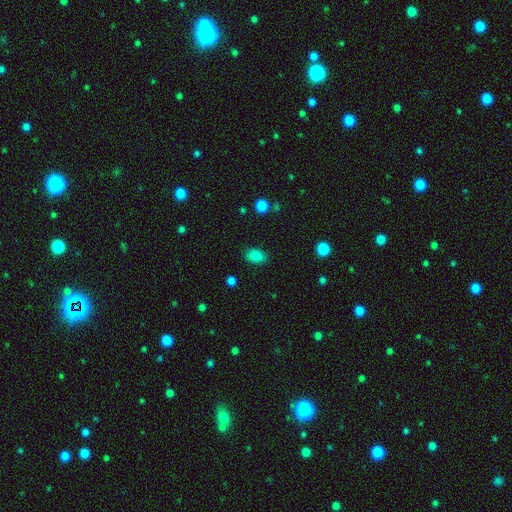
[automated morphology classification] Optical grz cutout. It shows a smooth galaxy with no disk features (86%) that is in between round and cigar-shaped (83%). Merging: none (85%).